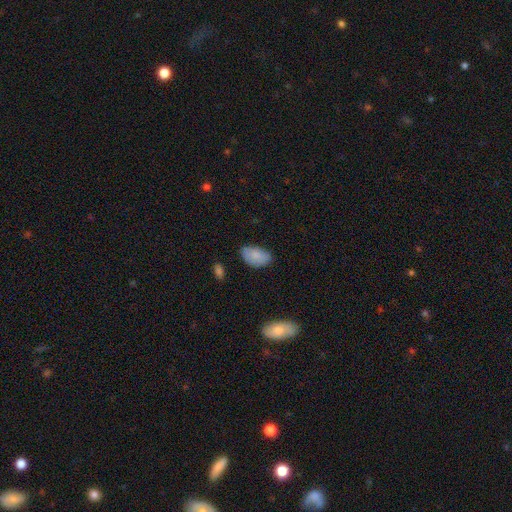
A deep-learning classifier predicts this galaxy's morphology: type=smooth (85%); roundness=in between (92%); merging=none (71%).